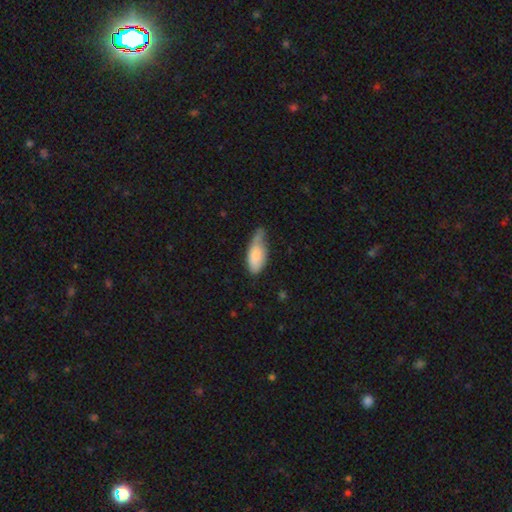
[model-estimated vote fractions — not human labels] A smooth galaxy with no disk features (77%) that is in between round and cigar-shaped (84%). Merging: minor disturbance (47%).